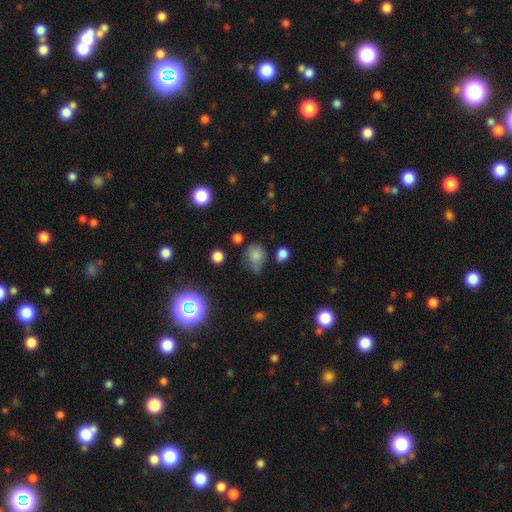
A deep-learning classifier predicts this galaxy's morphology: Overall: smooth (76%). How rounded: round (50%; in between 49%). Merging: none (42%; minor disturbance 34%).